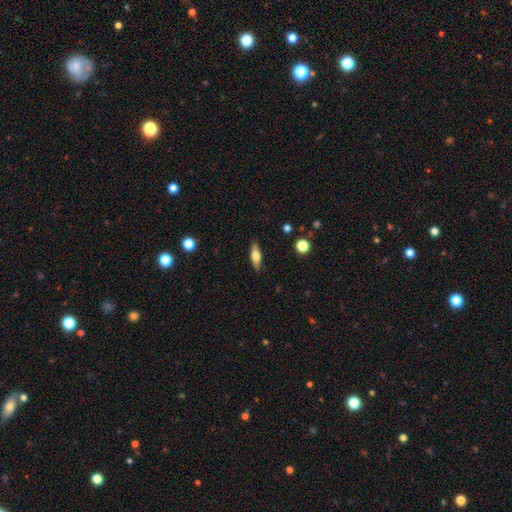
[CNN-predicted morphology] type=smooth (59%); roundness=in between (52%); merging=none (88%).